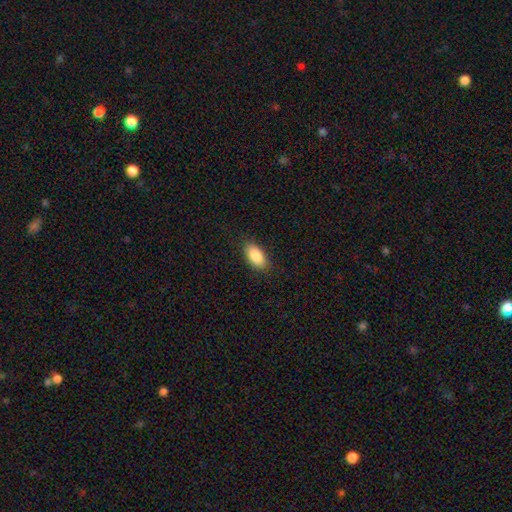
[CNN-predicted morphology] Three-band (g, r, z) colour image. It shows a smooth galaxy with no disk features (88%) that is in between round and cigar-shaped (93%). Merging: none (88%).